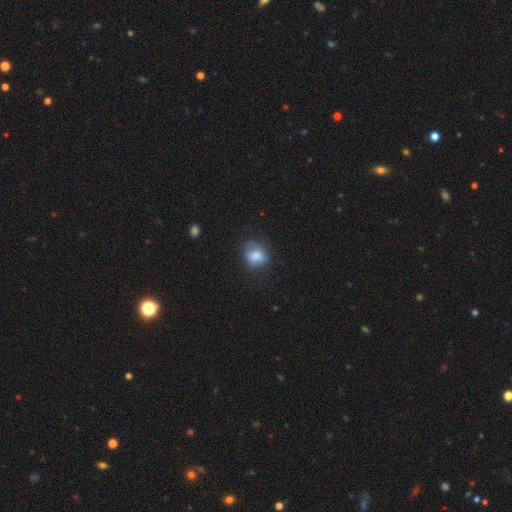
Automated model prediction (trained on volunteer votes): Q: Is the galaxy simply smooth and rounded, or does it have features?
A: smooth — 77%.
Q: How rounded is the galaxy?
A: round — 59%.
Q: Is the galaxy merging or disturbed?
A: none — 63%.